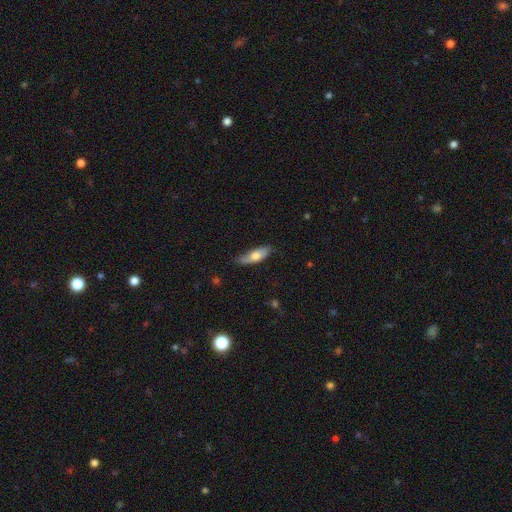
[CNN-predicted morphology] A smooth galaxy with no disk features (61%) that is in between round and cigar-shaped (57%).

Vote fractions:
- Smooth or featured? smooth: 61% / featured or disk: 33% / star or artifact: 6%
- How rounded? in between: 57% / cigar-shaped: 40% / round: 2%
- Merging? none: 73% / minor disturbance: 22% / major disturbance: 4% / merger: 1%